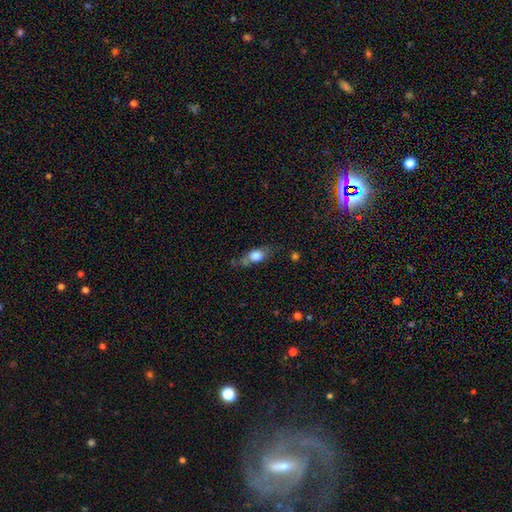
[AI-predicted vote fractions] This is likely a smooth galaxy (75%). How rounded: likely in between (69%). Merging: possibly none (48%).